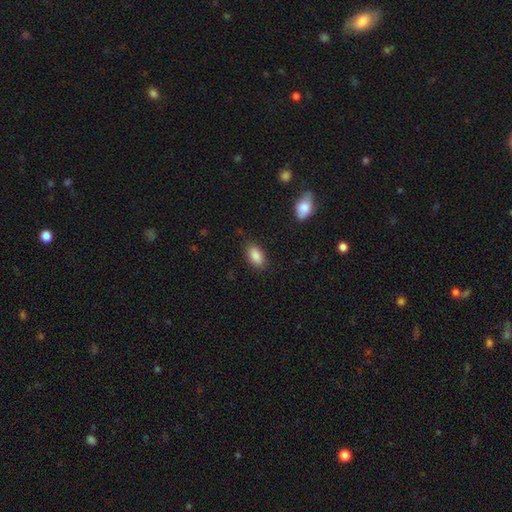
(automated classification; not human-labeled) smooth 88%, star or artifact 7%, featured or disk 5%. Down the decision tree: how rounded — in between (92%); merging — none (85%).